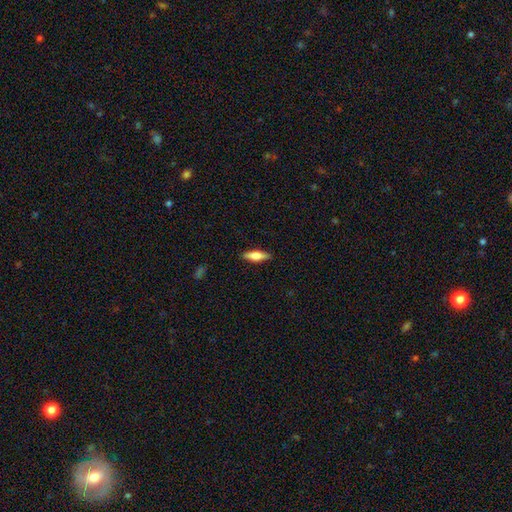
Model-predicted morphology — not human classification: smooth 57%, featured or disk 36%, star or artifact 6%. Down the decision tree: how rounded — cigar-shaped (55%); merging — none (89%).